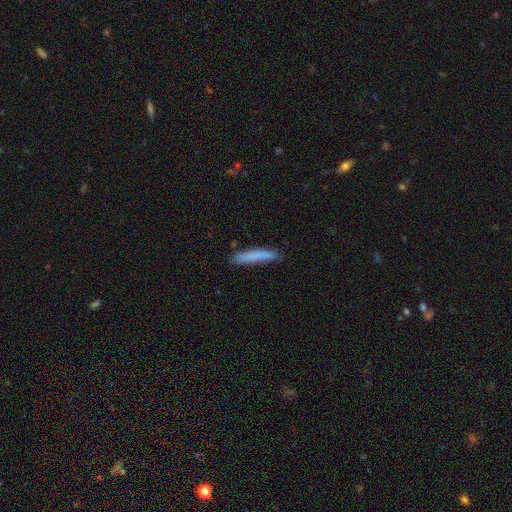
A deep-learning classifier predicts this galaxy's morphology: smooth 79%, featured or disk 14%, star or artifact 6%. Down the decision tree: how rounded — cigar-shaped (94%); merging — none (82%).